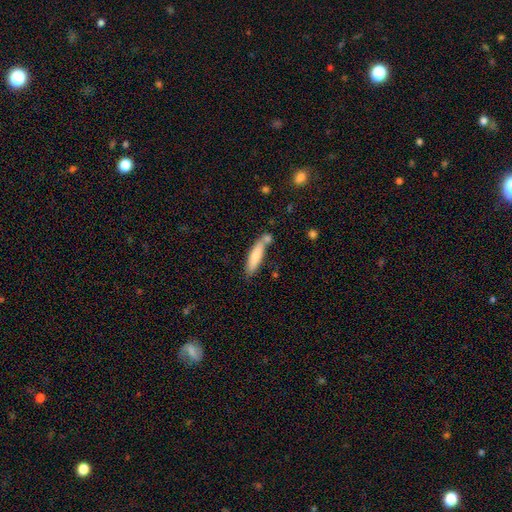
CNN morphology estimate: Smooth or featured: smooth — 74% (featured or disk — 20%)
How rounded: cigar-shaped — 77% (in between — 22%)
Merging: none — 57% (merger — 22%)